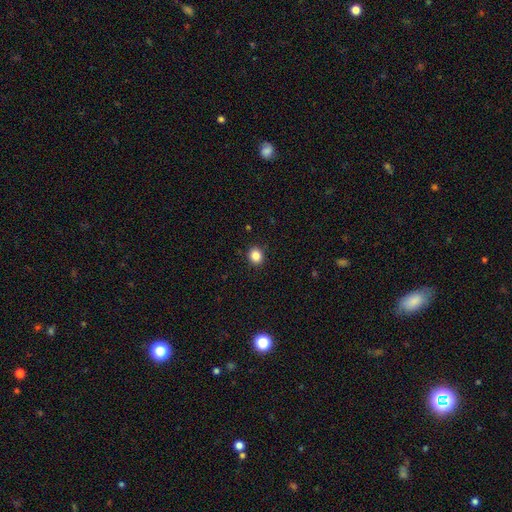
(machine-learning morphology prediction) Overall: smooth (85%). How rounded: round (76%). Merging: none (91%).